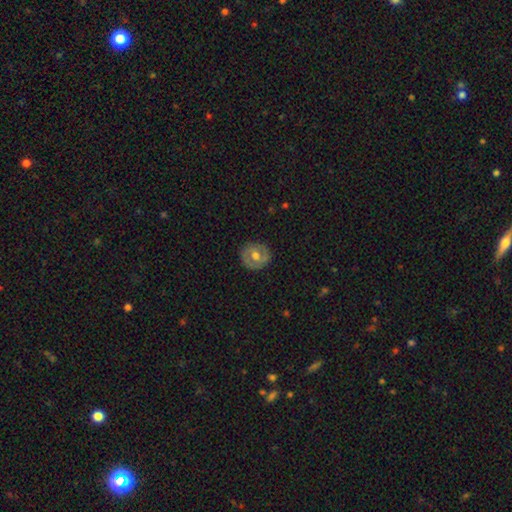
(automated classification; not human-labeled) A smooth galaxy with no disk features (50%) that is round (89%). Merging: none (85%).